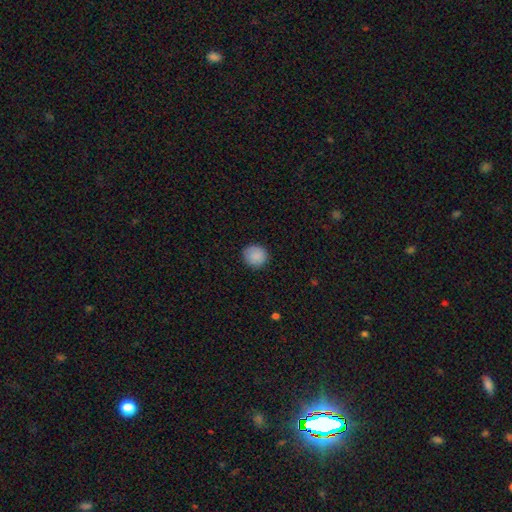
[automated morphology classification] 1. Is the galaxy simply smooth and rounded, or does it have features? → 89% smooth, 8% star or artifact, 3% featured or disk.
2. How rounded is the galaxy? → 91% round, 8% in between, 1% cigar-shaped.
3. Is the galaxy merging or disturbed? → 90% none, 7% minor disturbance, 2% major disturbance, 1% merger.